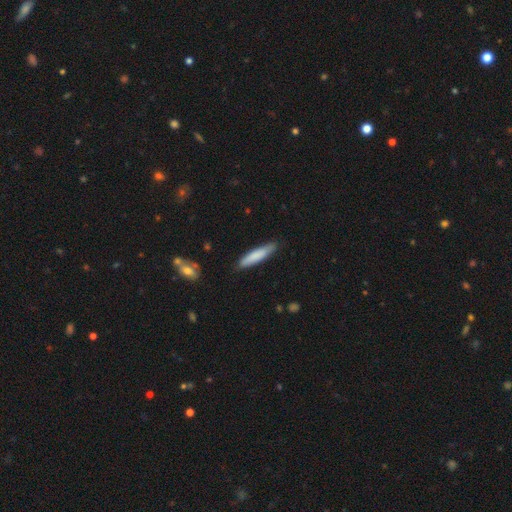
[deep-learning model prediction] smooth_or_featured: smooth (p=0.80) [alt: featured or disk p=0.15]
how_rounded: cigar-shaped (p=0.85) [alt: in between p=0.14]
merging: none (p=0.84) [alt: minor disturbance p=0.13]